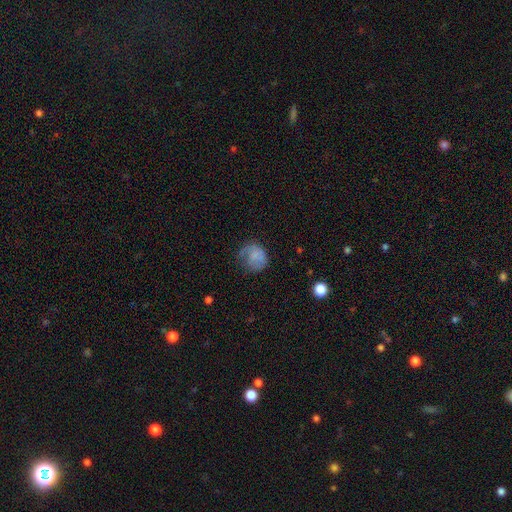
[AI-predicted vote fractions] Smooth or featured?
  - smooth: 63% *
  - featured or disk: 27%
  - star or artifact: 10%
How rounded?
  - round: 70% *
  - in between: 29%
  - cigar-shaped: 1%
Merging?
  - none: 44% *
  - minor disturbance: 28%
  - major disturbance: 26%
  - merger: 2%